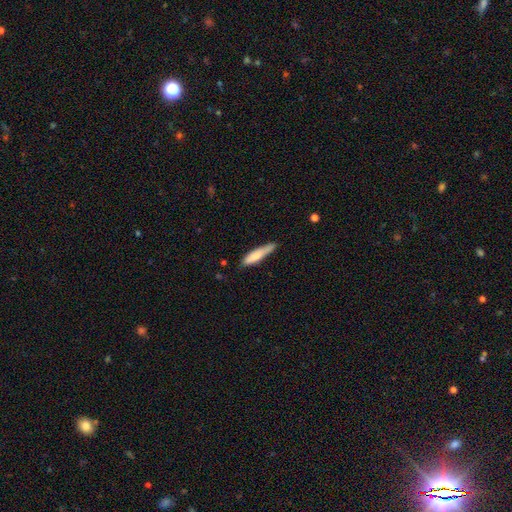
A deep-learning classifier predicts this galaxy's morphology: smooth 76%, featured or disk 18%, star or artifact 6%. Down the decision tree: how rounded — cigar-shaped (82%); merging — none (65%).